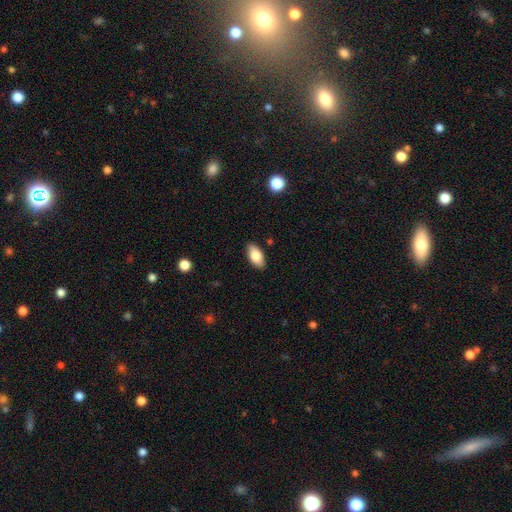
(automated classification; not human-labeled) This appears to be a smooth galaxy with no disk features (82%) that is in between round and cigar-shaped (92%). Merging: none (87%).